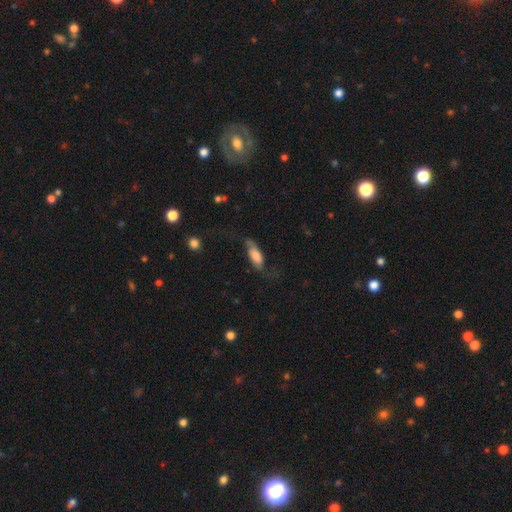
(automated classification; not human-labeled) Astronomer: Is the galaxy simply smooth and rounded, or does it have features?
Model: smooth — 56% (runner-up: featured or disk, 37%).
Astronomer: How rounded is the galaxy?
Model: in between — 72%.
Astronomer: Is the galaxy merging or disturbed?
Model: none — 48% (runner-up: major disturbance, 26%).